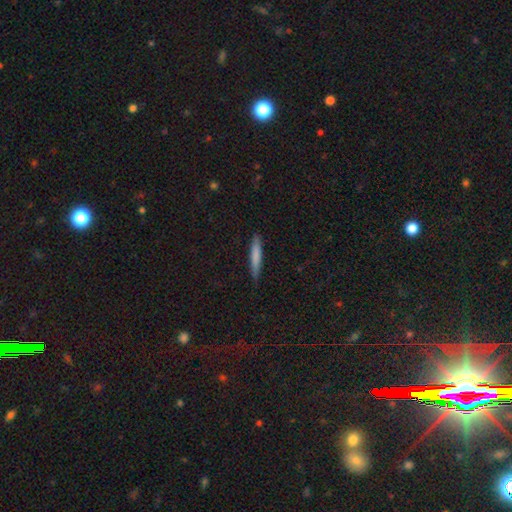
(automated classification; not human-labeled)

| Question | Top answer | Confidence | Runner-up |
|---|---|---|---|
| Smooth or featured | smooth | 76% | featured or disk (18%) |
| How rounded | cigar-shaped | 93% | in between (6%) |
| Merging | none | 85% | minor disturbance (12%) |